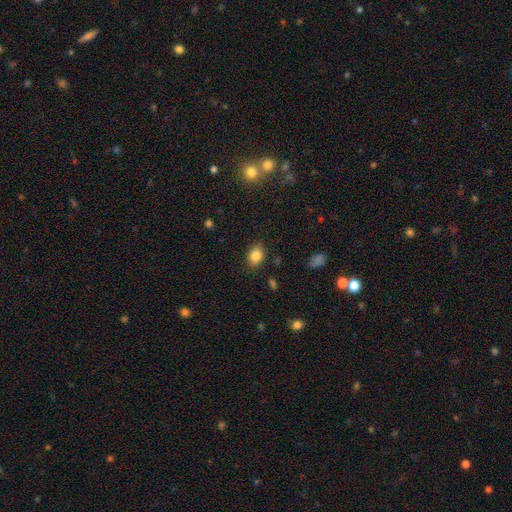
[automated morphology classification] A smooth galaxy with no disk features (83%) that is in between round and cigar-shaped (64%). Merging: none (83%).